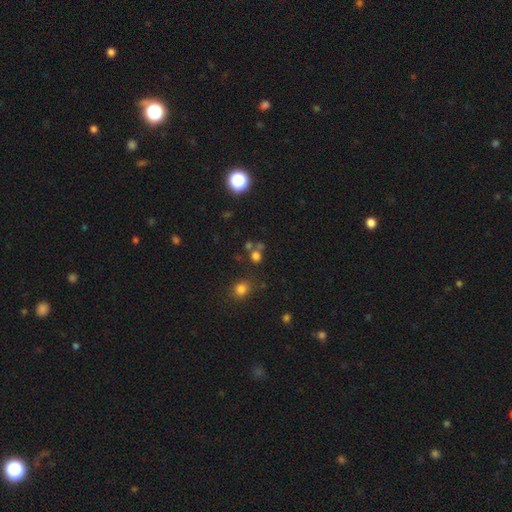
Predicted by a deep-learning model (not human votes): Smooth or featured? Predicted: smooth (p=0.66). How rounded? Predicted: round (p=0.77). Merging? Predicted: none (p=0.59).